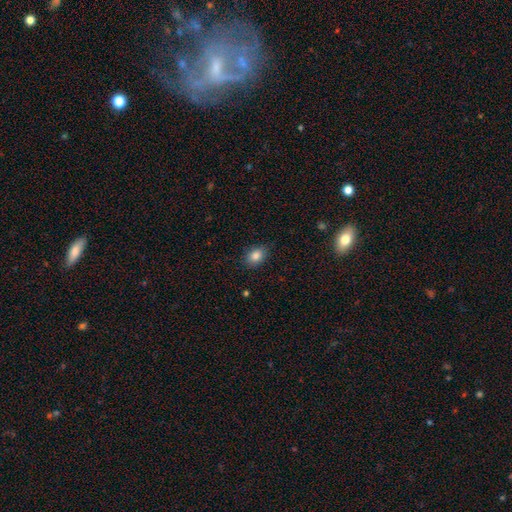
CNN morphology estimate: Smooth or featured: smooth — 84% (star or artifact — 9%)
How rounded: in between — 72% (round — 26%)
Merging: none — 83% (minor disturbance — 13%)